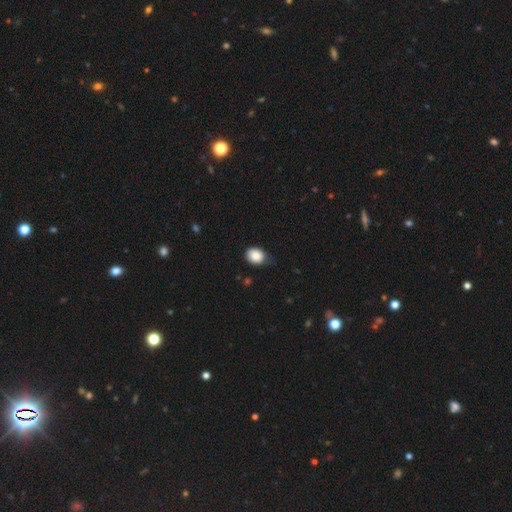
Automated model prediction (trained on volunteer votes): Smooth or featured?
  - smooth: 87% *
  - star or artifact: 8%
  - featured or disk: 5%
How rounded?
  - round: 50% *
  - in between: 49%
  - cigar-shaped: 1%
Merging?
  - none: 63% *
  - minor disturbance: 30%
  - major disturbance: 5%
  - merger: 2%